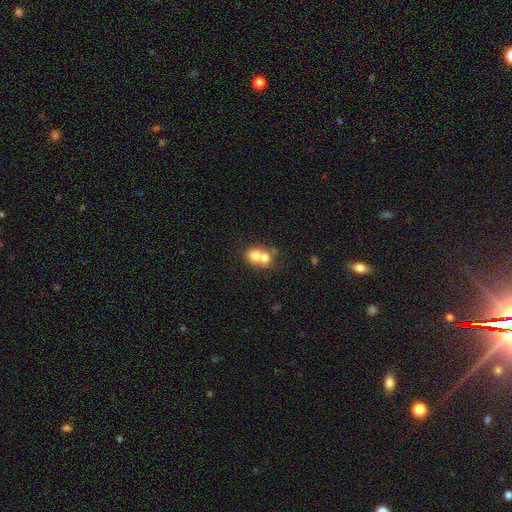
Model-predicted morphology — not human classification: smooth-or-featured: smooth: 71% | featured or disk: 20% | star or artifact: 10%
  how-rounded: round: 70% | in between: 29% | cigar-shaped: 1%
  merging: merger: 70% | none: 23% | minor disturbance: 5% | major disturbance: 2%